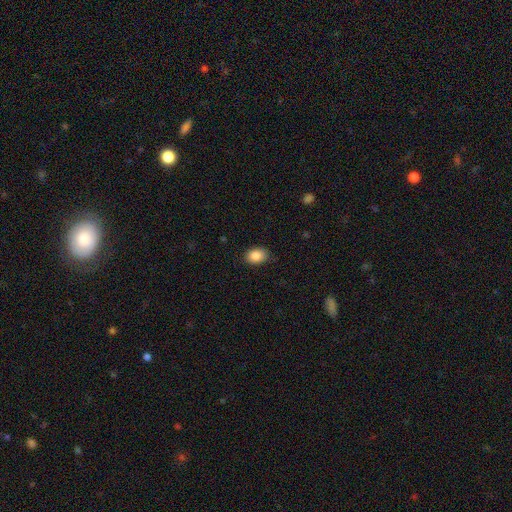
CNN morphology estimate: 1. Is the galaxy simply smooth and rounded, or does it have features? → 87% smooth, 8% star or artifact, 5% featured or disk.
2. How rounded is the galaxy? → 76% in between, 23% round, 1% cigar-shaped.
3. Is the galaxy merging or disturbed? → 84% none, 12% minor disturbance, 2% major disturbance, 1% merger.